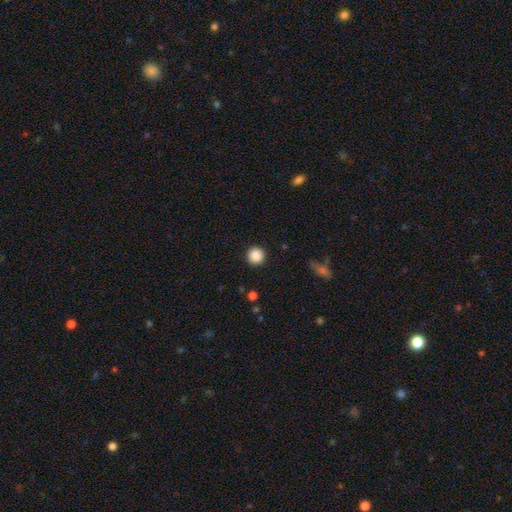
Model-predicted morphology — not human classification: Smooth or featured: smooth — 87% (star or artifact — 9%)
How rounded: round — 95% (in between — 4%)
Merging: none — 92% (minor disturbance — 5%)